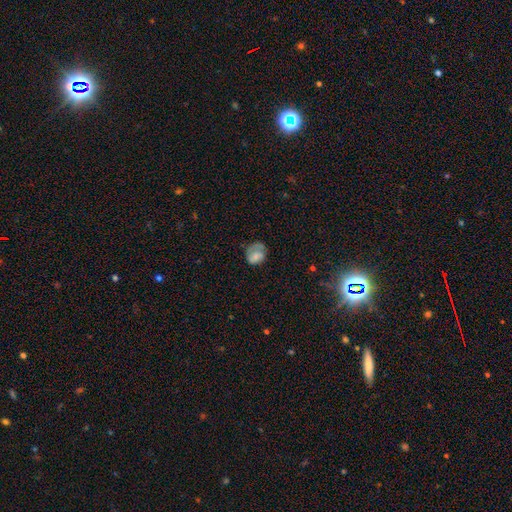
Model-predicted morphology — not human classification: Smooth or featured?
  - smooth: 66% *
  - featured or disk: 25%
  - star or artifact: 9%
How rounded?
  - round: 52% *
  - in between: 47%
  - cigar-shaped: 1%
Merging?
  - none: 43% *
  - minor disturbance: 30%
  - major disturbance: 24%
  - merger: 3%